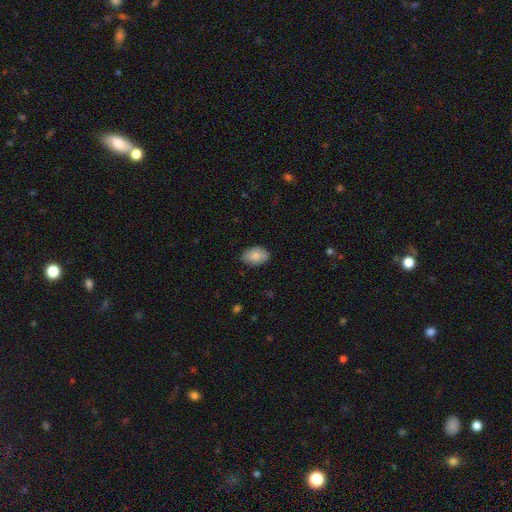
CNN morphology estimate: Q: Smooth or featured?
A: smooth (85%); runner-up: featured or disk (9%)
Q: How rounded?
A: in between (88%); runner-up: round (11%)
Q: Merging?
A: none (83%); runner-up: minor disturbance (14%)